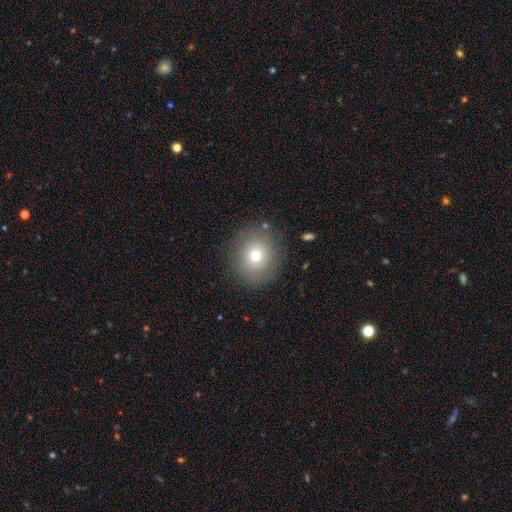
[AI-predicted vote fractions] Morphology: type=smooth (71%); roundness=round (88%); merging=none (86%).